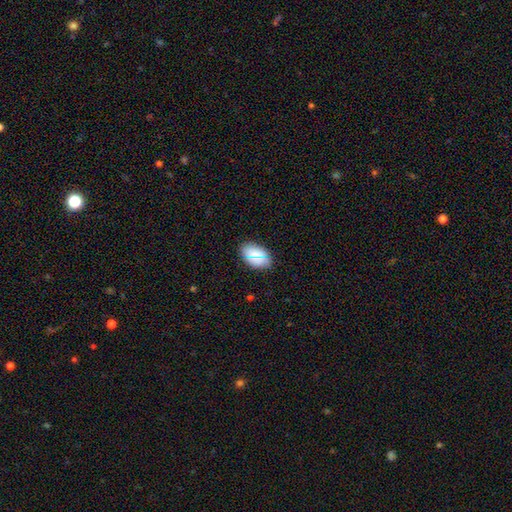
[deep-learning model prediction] Morphology: type=smooth (77%); roundness=in between (92%); merging=none (83%).